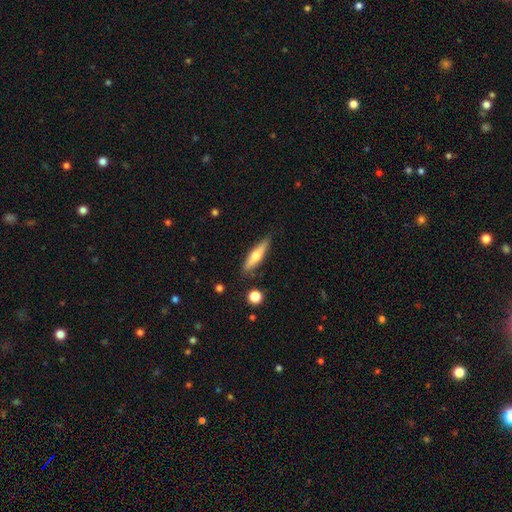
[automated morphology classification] smooth 54%, featured or disk 40%, star or artifact 6%. Down the decision tree: how rounded — cigar-shaped (76%); merging — none (84%).